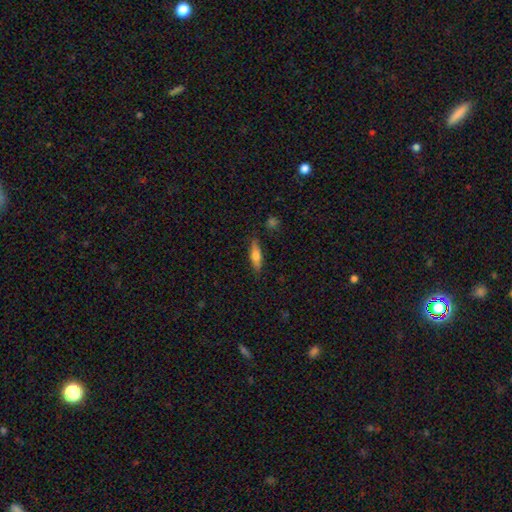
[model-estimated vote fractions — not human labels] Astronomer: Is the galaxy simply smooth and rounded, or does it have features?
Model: smooth — 65%.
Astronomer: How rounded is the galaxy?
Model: cigar-shaped — 63%.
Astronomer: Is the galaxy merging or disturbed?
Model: none — 84%.